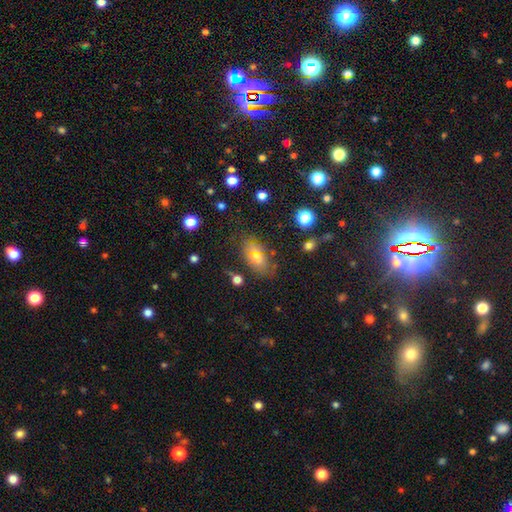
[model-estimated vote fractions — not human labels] Smooth or featured? smooth (63%)
How rounded? in between (87%)
Merging? none (71%)